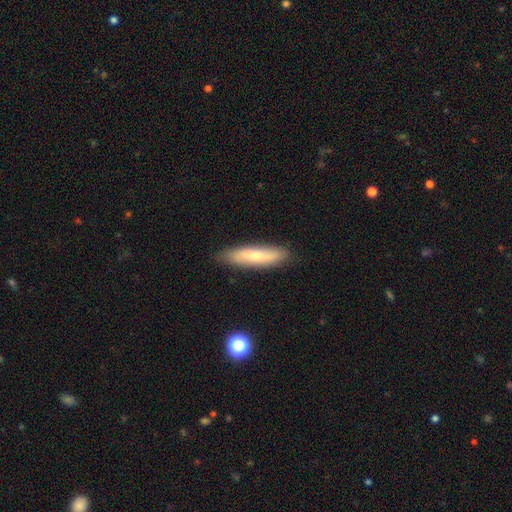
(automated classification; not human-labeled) This is likely a smooth galaxy (62%). How rounded: likely cigar-shaped (78%). Merging: clearly none (86%).